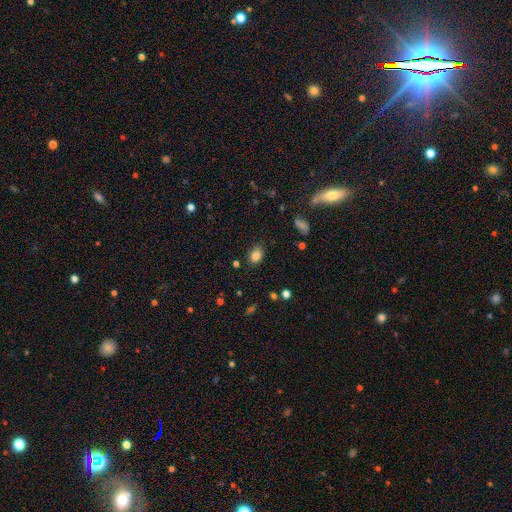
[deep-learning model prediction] This is clearly a smooth galaxy (83%). How rounded: likely in between (72%). Merging: clearly none (81%).